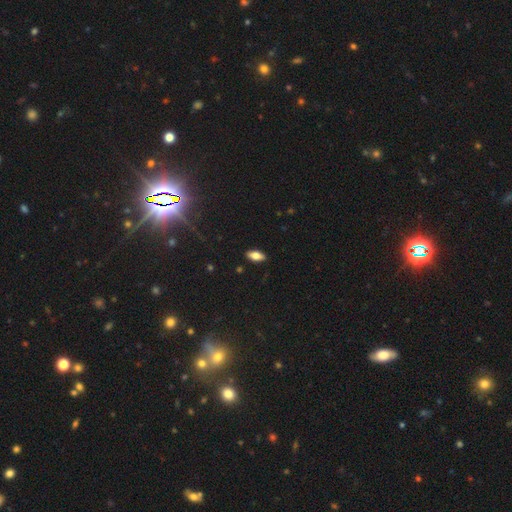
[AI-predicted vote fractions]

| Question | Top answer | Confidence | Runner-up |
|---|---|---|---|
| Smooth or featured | smooth | 73% | featured or disk (18%) |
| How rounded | in between | 87% | cigar-shaped (10%) |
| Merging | none | 89% | minor disturbance (8%) |